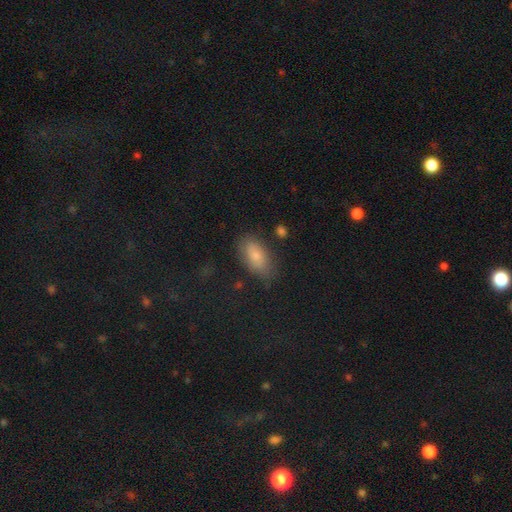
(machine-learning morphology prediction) Smooth or featured?
  - smooth: 79% *
  - featured or disk: 12%
  - star or artifact: 9%
How rounded?
  - in between: 90% *
  - cigar-shaped: 5%
  - round: 4%
Merging?
  - none: 75% *
  - minor disturbance: 18%
  - major disturbance: 5%
  - merger: 3%